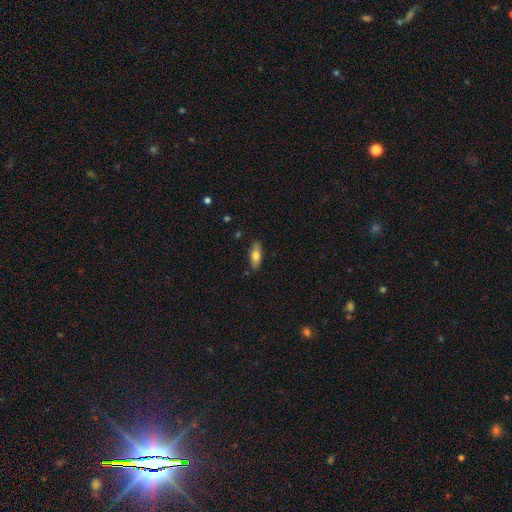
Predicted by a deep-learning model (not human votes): A smooth galaxy with no disk features (72%) that is in between round and cigar-shaped (69%). Merging: none (85%).